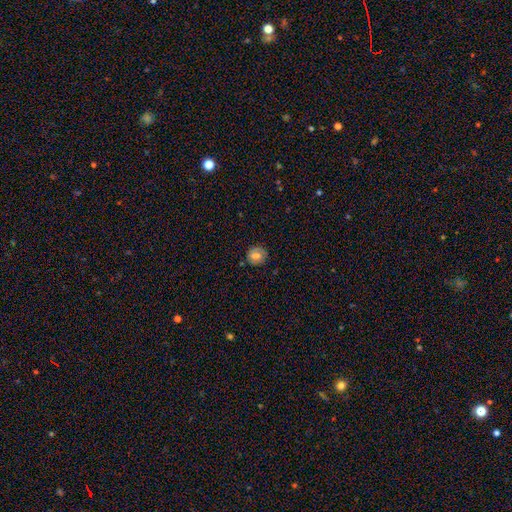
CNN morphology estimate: The model was most divided on "smooth or featured": smooth: 66%, featured or disk: 23%, star or artifact: 10%. More confident: merging — none (83%); how rounded — round (80%).